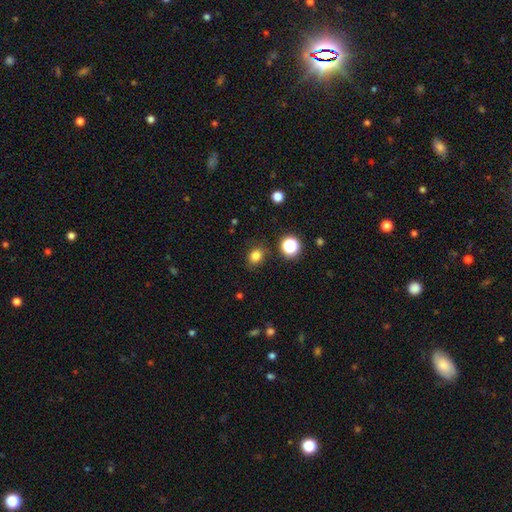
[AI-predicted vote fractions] Q: Smooth or featured?
A: smooth (81%); runner-up: star or artifact (14%)
Q: How rounded?
A: round (66%); runner-up: in between (33%)
Q: Merging?
A: none (85%); runner-up: minor disturbance (10%)